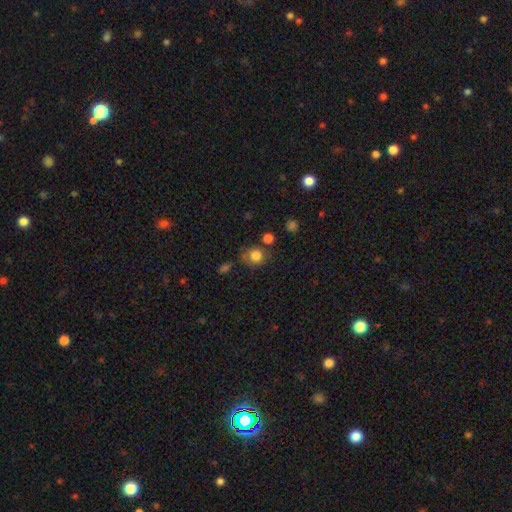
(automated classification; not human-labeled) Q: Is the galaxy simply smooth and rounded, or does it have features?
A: smooth — 82%.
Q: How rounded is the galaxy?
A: round — 84%.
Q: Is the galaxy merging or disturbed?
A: none — 66%.